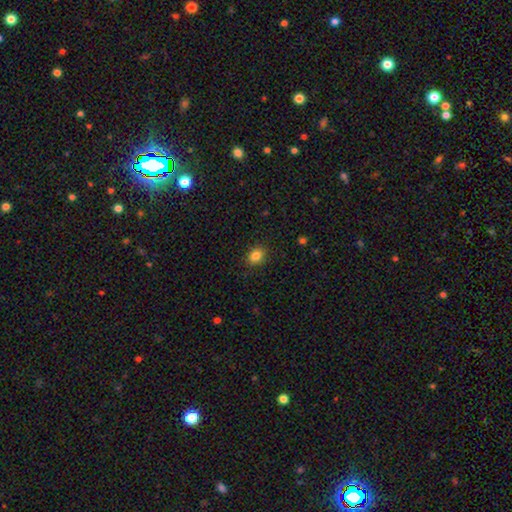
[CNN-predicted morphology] smooth_or_featured: smooth (p=0.84) [alt: star or artifact p=0.11]
how_rounded: round (p=0.51) [alt: in between p=0.48]
merging: none (p=0.89) [alt: minor disturbance p=0.08]